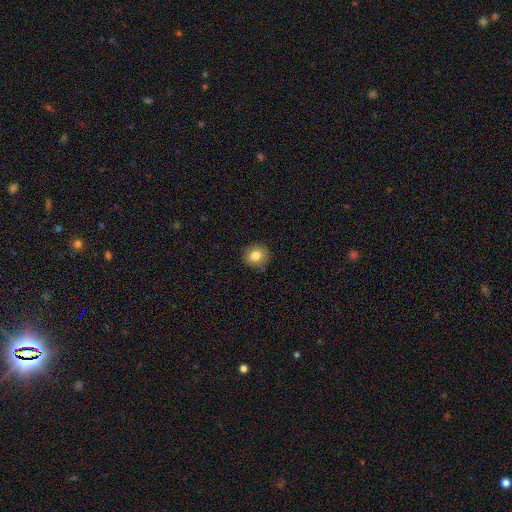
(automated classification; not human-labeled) This is clearly a smooth galaxy (82%). How rounded: clearly round (84%). Merging: clearly none (87%).